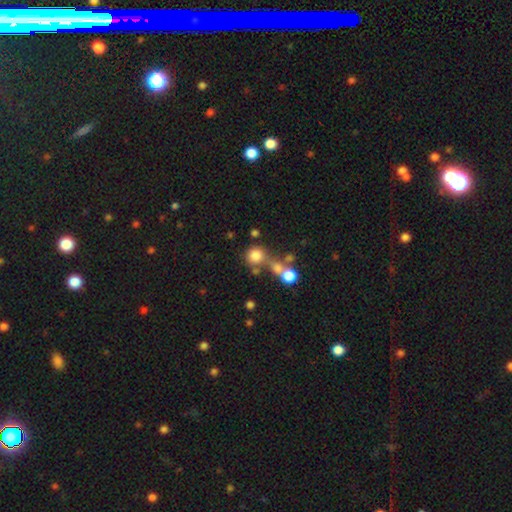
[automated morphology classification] type=smooth (76%); roundness=round (90%); merging=none (54%).